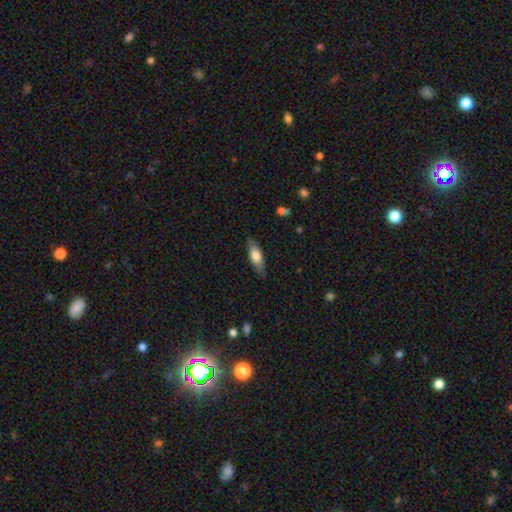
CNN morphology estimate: This appears to be a smooth galaxy with no disk features (63%) that is in between round and cigar-shaped (54%). Merging: none (82%).